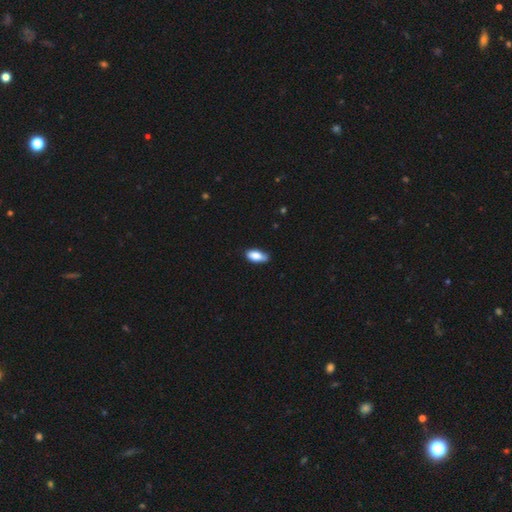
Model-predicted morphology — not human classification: Smooth or featured? Predicted: smooth (p=0.84). How rounded? Predicted: in between (p=0.88). Merging? Predicted: none (p=0.67).